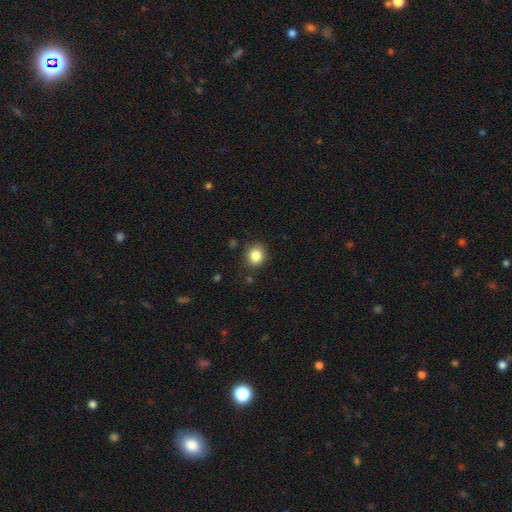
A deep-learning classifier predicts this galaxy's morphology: smooth-or-featured: smooth: 84% | star or artifact: 10% | featured or disk: 5%
  how-rounded: round: 79% | in between: 20% | cigar-shaped: 1%
  merging: none: 85% | minor disturbance: 10% | major disturbance: 3% | merger: 2%